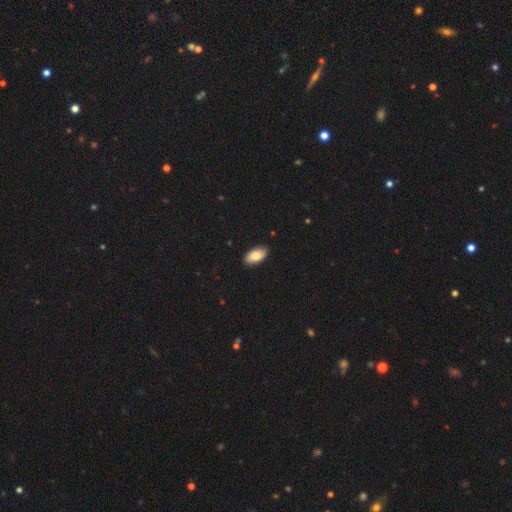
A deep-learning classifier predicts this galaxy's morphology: Overall: smooth (84%). How rounded: in between (95%). Merging: none (88%).